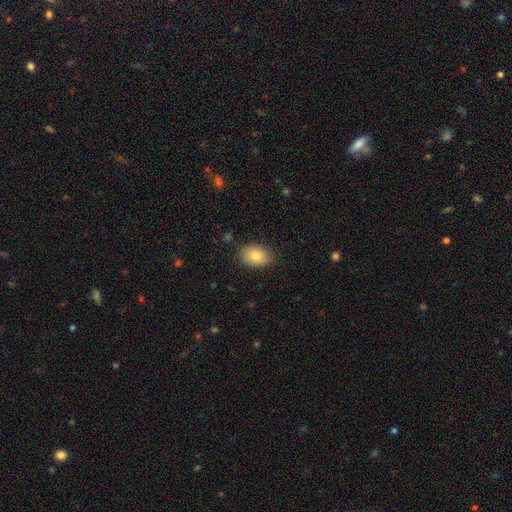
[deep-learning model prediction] Smooth or featured? smooth (81%)
How rounded? in between (81%)
Merging? none (86%)